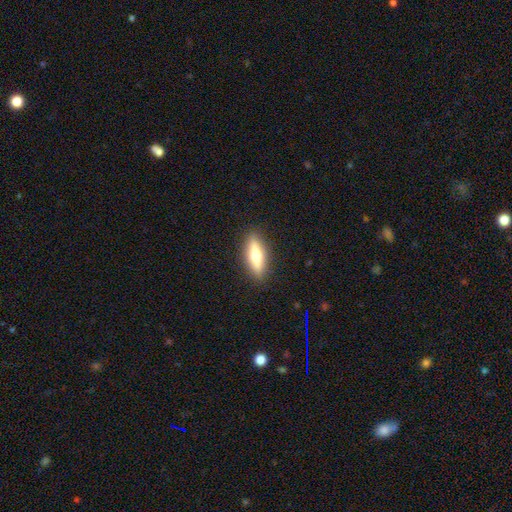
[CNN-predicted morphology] A smooth galaxy with no disk features (50%) that is cigar-shaped (52%). Merging: none (90%).